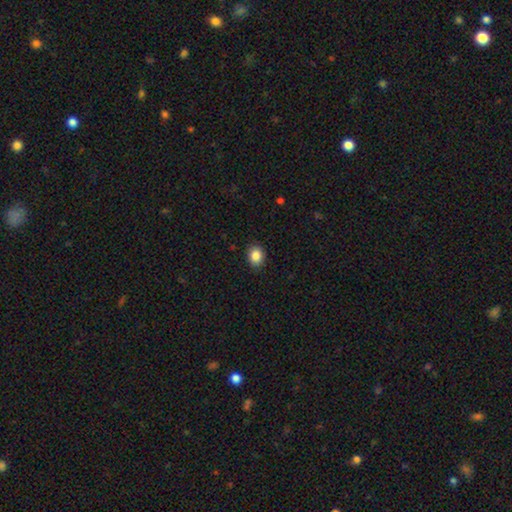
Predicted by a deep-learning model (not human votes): Morphology: type=smooth (86%); roundness=round (51%); merging=none (89%).